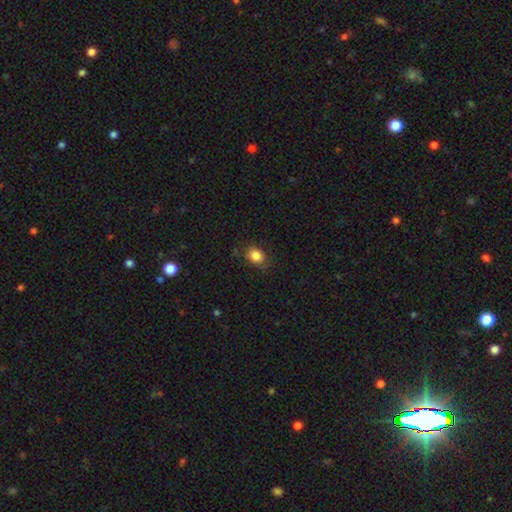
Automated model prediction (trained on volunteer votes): Overall: smooth (85%). How rounded: in between (50%; round 49%). Merging: none (78%).